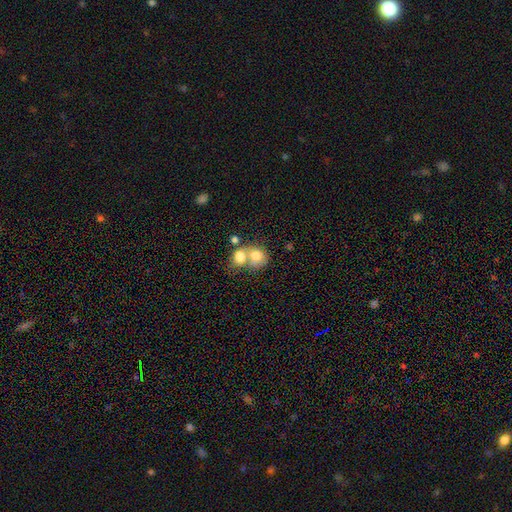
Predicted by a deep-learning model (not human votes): A smooth galaxy with no disk features (73%) that is round (67%). Merging: merger (69%).